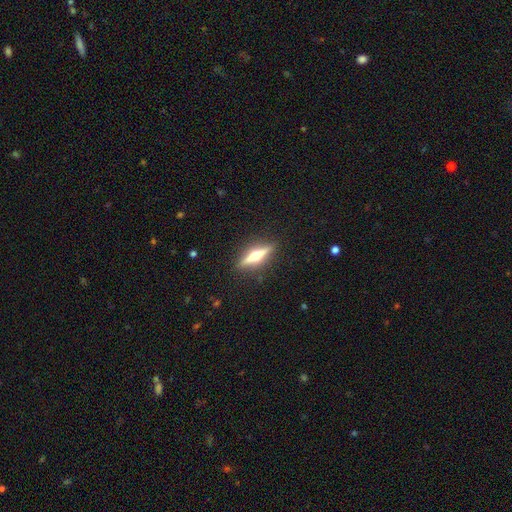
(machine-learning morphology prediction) This is likely a featured or disk galaxy (73%). It is clearly viewed edge-on (97%). Edge-on bulge: clearly rounded (95%). Merging: clearly none (90%).